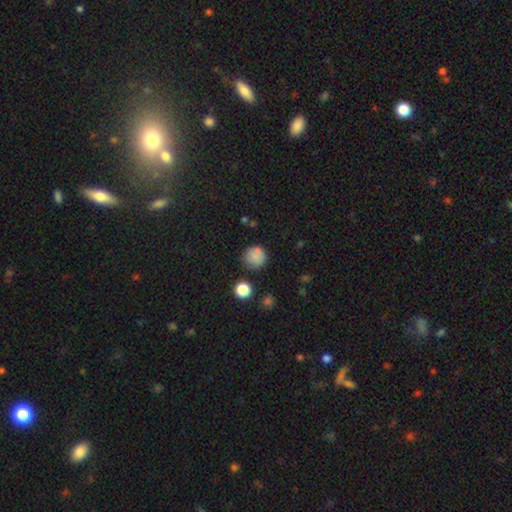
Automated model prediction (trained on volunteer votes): This is clearly a smooth galaxy (82%). How rounded: clearly round (93%). Merging: likely none (76%).